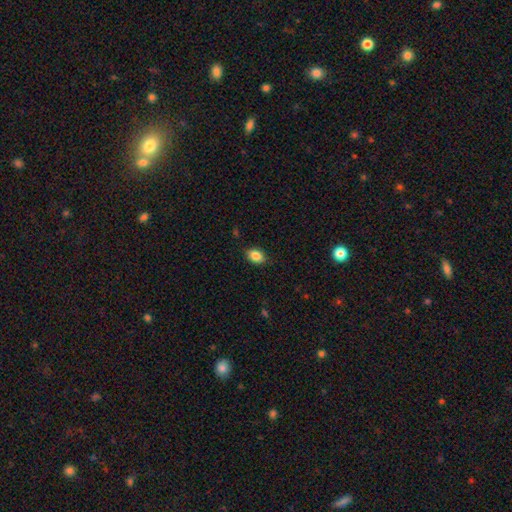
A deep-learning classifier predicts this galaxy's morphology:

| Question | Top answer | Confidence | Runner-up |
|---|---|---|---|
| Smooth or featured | smooth | 85% | star or artifact (9%) |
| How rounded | in between | 71% | round (28%) |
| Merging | none | 85% | minor disturbance (11%) |